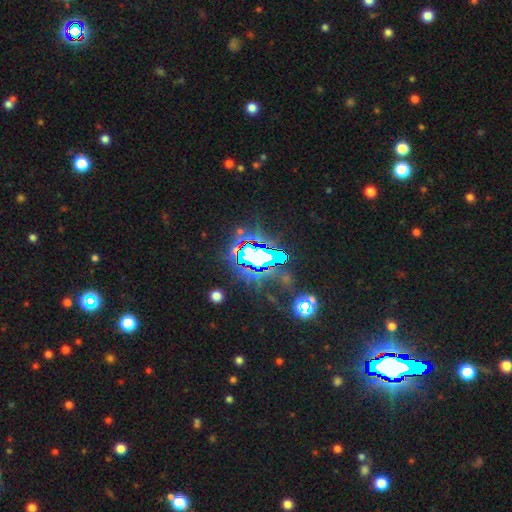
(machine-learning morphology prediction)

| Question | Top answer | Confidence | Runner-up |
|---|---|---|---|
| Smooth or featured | star or artifact | 72% | featured or disk (15%) |